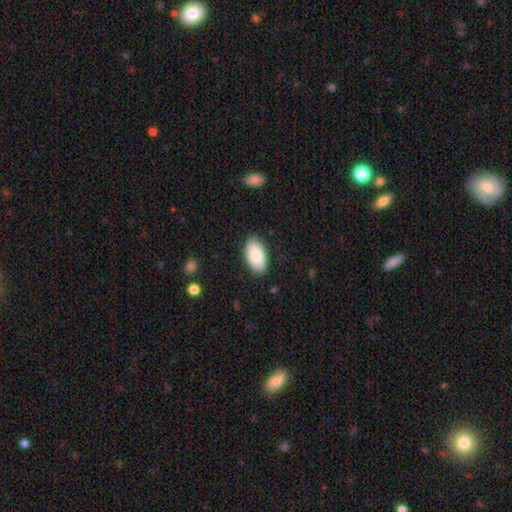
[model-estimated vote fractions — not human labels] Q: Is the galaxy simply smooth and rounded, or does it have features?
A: smooth — 82%.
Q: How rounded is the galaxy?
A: in between — 95%.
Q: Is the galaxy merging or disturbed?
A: none — 86%.